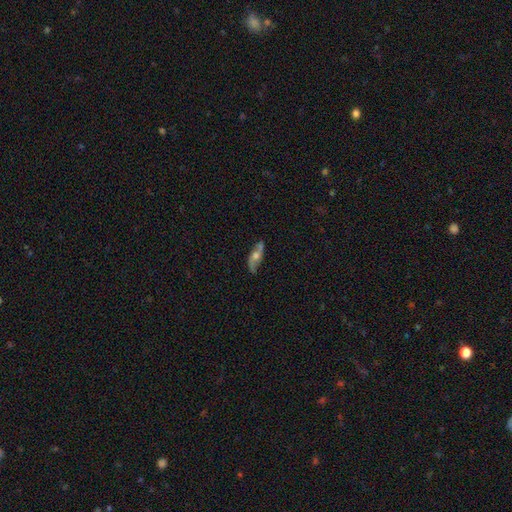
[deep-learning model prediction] A featured or disk galaxy (65%).

Vote fractions:
- Smooth or featured? featured or disk: 65% / smooth: 27% / star or artifact: 8%
- Edge-on disk? no: 72% / yes: 28%
- Merging? none: 71% / minor disturbance: 19% / major disturbance: 6% / merger: 5%